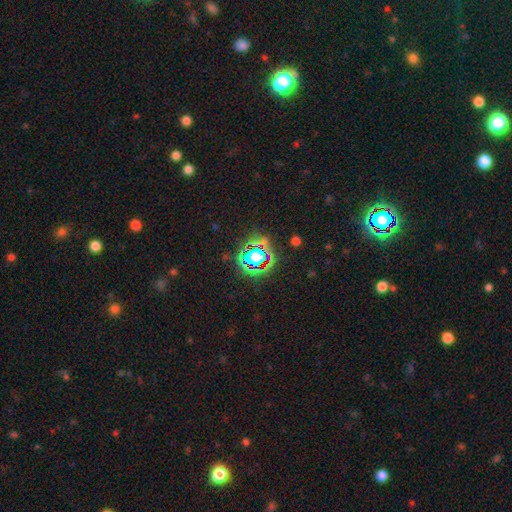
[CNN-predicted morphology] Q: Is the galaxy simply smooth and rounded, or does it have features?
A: star or artifact — 75%.